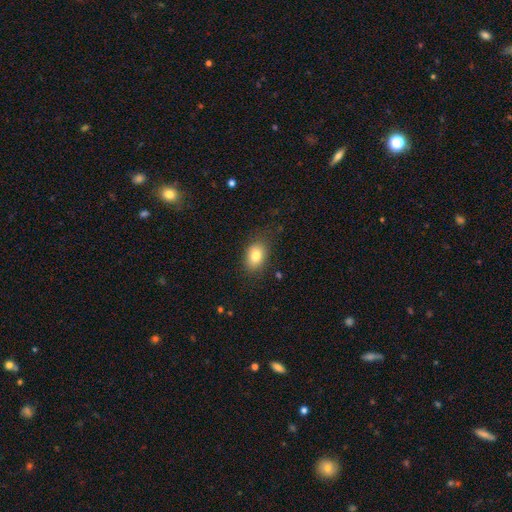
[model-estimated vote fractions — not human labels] smooth 82%, featured or disk 9%, star or artifact 9%. Down the decision tree: how rounded — in between (77%); merging — none (79%).